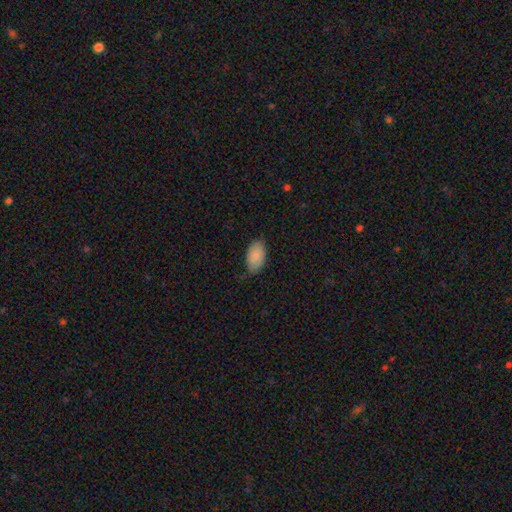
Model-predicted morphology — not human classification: smooth 87%, featured or disk 7%, star or artifact 6%. Down the decision tree: how rounded — in between (95%); merging — none (75%).